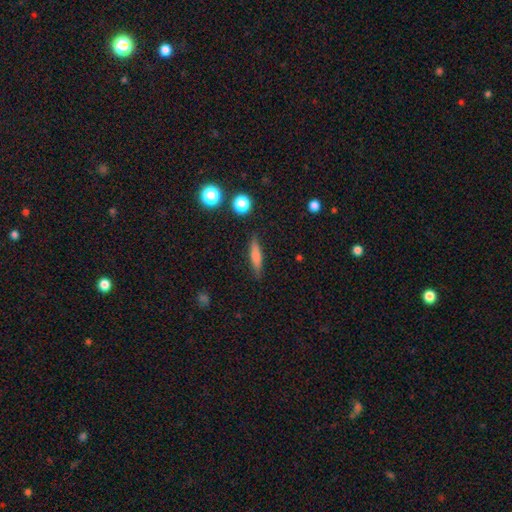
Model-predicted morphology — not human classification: Smooth or featured? smooth (73%)
How rounded? cigar-shaped (79%)
Merging? none (85%)